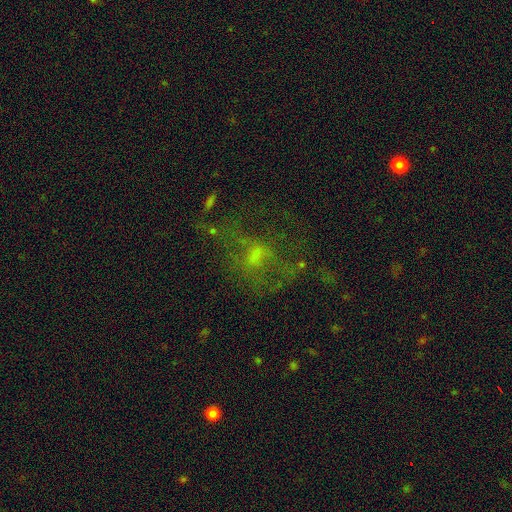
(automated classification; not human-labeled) Smooth or featured? featured or disk (45%)
Merging? none (40%, tied with major disturbance)